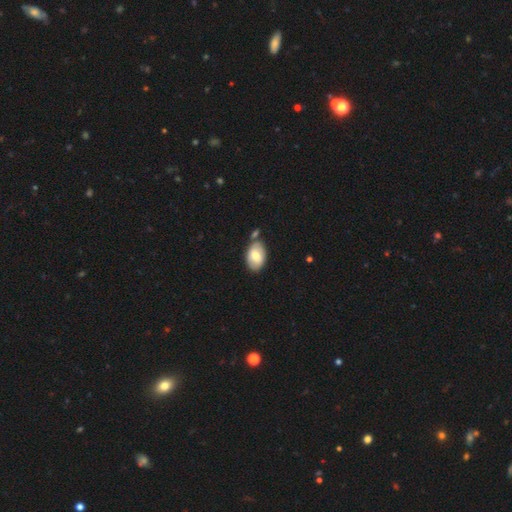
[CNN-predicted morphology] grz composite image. It shows a smooth galaxy with no disk features (72%) that is in between round and cigar-shaped (92%). Merging: none (64%).